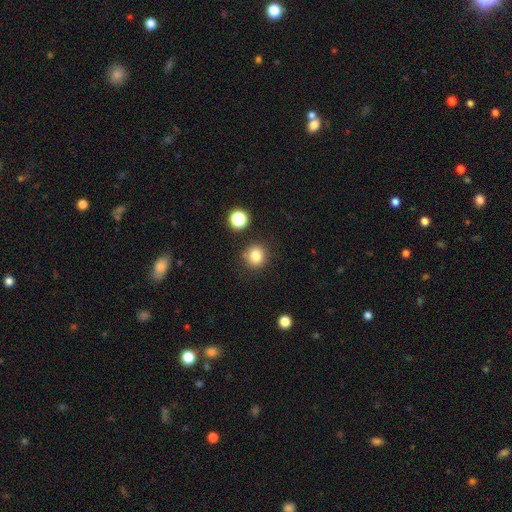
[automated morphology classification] Smooth or featured? smooth (81%)
How rounded? round (86%)
Merging? none (83%)